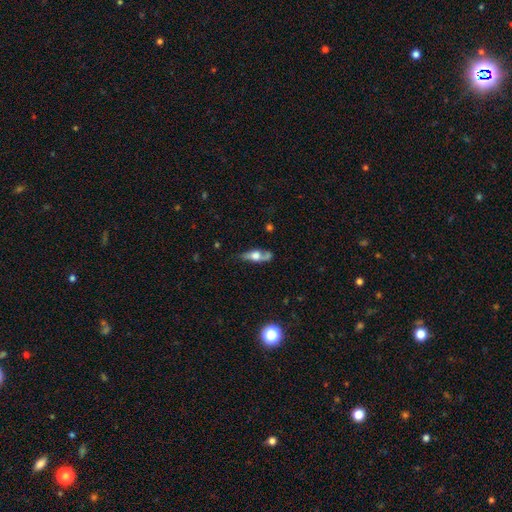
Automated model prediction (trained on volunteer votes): smooth_or_featured: featured or disk (p=0.49) [alt: smooth p=0.43]
merging: none (p=0.49) [alt: minor disturbance p=0.26]